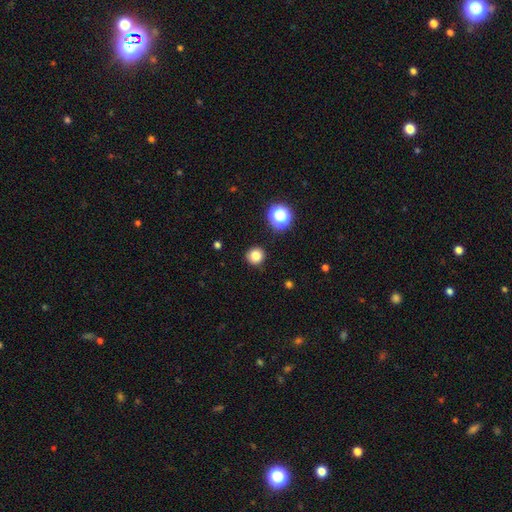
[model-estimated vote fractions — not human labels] Q: Smooth or featured?
A: smooth (82%); runner-up: star or artifact (13%)
Q: How rounded?
A: round (94%); runner-up: in between (5%)
Q: Merging?
A: none (90%); runner-up: minor disturbance (6%)